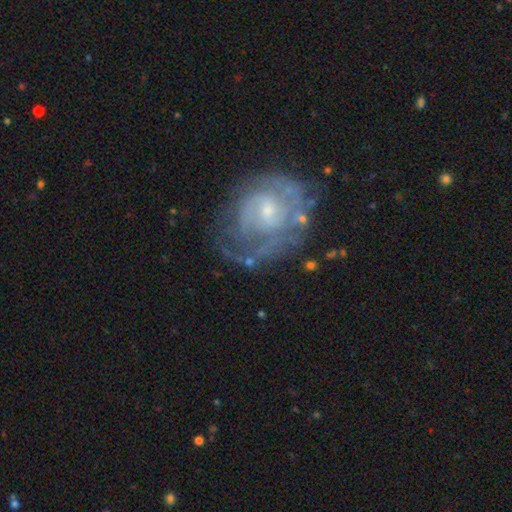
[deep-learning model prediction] smooth_or_featured: featured or disk (p=0.77) [alt: smooth p=0.15]
disk_edge_on: no (p=0.97) [alt: yes p=0.03]
bar: no (p=0.60) [alt: weak p=0.35]
has_spiral_arms: yes (p=0.77) [alt: no p=0.23]
spiral_winding: tight (p=0.52) [alt: medium p=0.33]
spiral_arm_count: can't tell (p=0.45) [alt: 2 p=0.26]
bulge_size: small (p=0.60) [alt: moderate p=0.31]
merging: none (p=0.51) [alt: minor disturbance p=0.23]